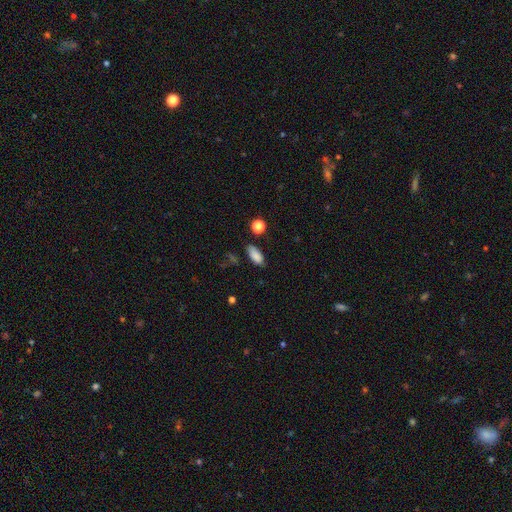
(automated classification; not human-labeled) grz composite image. It shows a smooth galaxy with no disk features (86%) that is in between round and cigar-shaped (86%). Merging: none (77%).